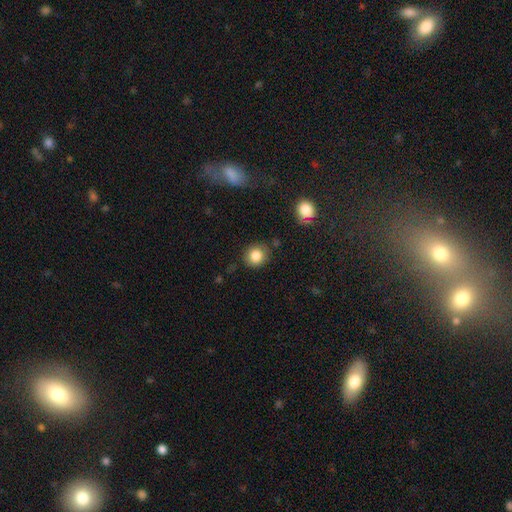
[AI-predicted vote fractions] smooth_or_featured: smooth (p=0.84) [alt: star or artifact p=0.10]
how_rounded: round (p=0.81) [alt: in between p=0.18]
merging: none (p=0.83) [alt: minor disturbance p=0.12]